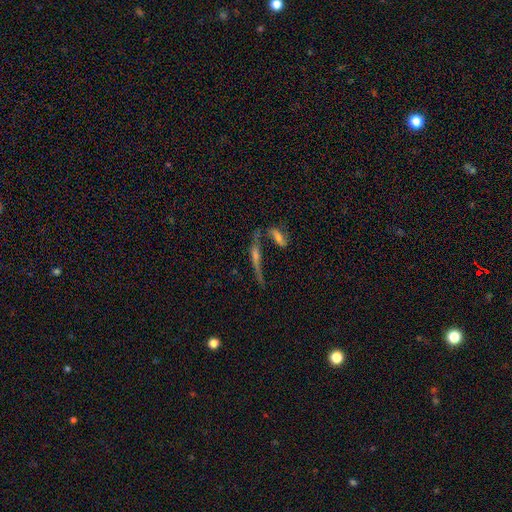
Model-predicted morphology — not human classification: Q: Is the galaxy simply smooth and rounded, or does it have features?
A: featured or disk — 59%.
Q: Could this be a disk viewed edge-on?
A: yes — 73%.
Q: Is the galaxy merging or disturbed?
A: merger — 39%.